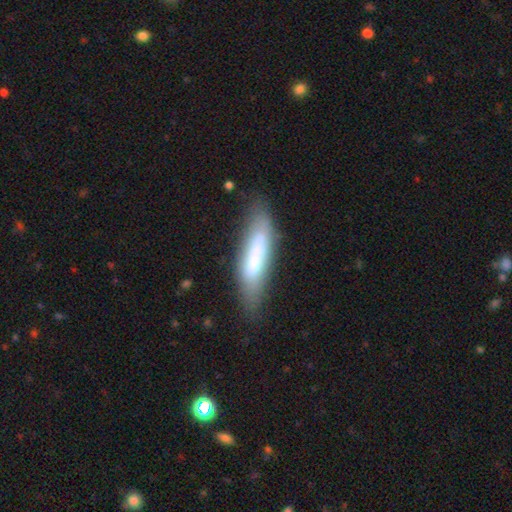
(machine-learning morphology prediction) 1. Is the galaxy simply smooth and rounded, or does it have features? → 56% smooth, 36% featured or disk, 8% star or artifact.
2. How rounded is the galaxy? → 70% cigar-shaped, 28% in between, 2% round.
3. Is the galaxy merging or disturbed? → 62% none, 22% minor disturbance, 8% merger, 8% major disturbance.